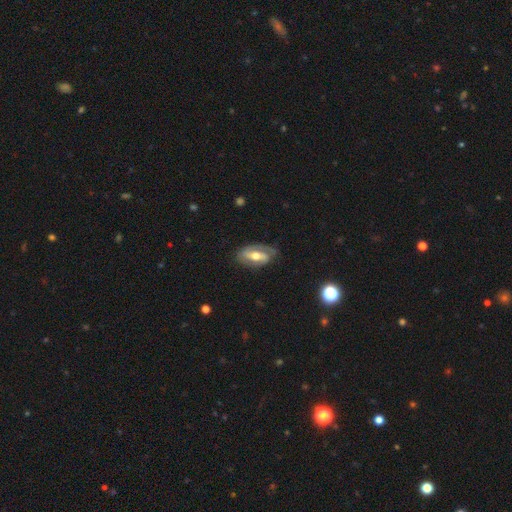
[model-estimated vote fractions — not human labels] Smooth or featured: featured or disk — 72% (smooth — 23%)
Edge-on disk: no — 92% (yes — 8%)
Bar: weak — 35% (strong — 33%)
Spiral arms: yes — 83% (no — 17%)
Spiral winding: tight — 41% (medium — 38%)
Spiral arm count: 2 — 60% (1 — 25%)
Bulge size: moderate — 70% (small — 21%)
Merging: none — 66% (minor disturbance — 22%)